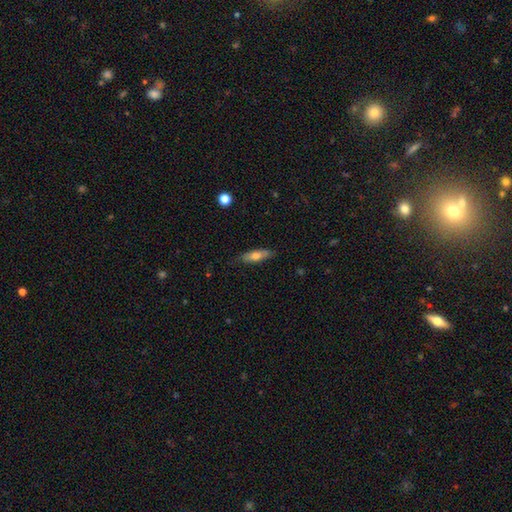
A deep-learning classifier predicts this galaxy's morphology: Overall: smooth (67%). How rounded: in between (50%; cigar-shaped 47%). Merging: none (81%).